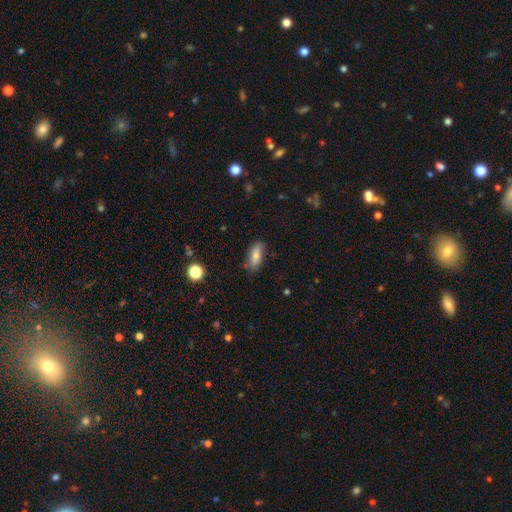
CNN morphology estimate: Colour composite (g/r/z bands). It shows a smooth galaxy with no disk features (78%) that is in between round and cigar-shaped (74%). Merging: none (77%).